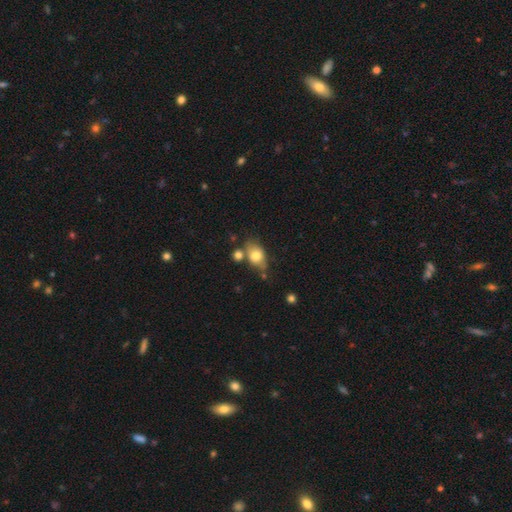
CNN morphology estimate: Smooth or featured? Predicted: smooth (p=0.74). How rounded? Predicted: in between (p=0.72). Merging? Predicted: none (p=0.56).